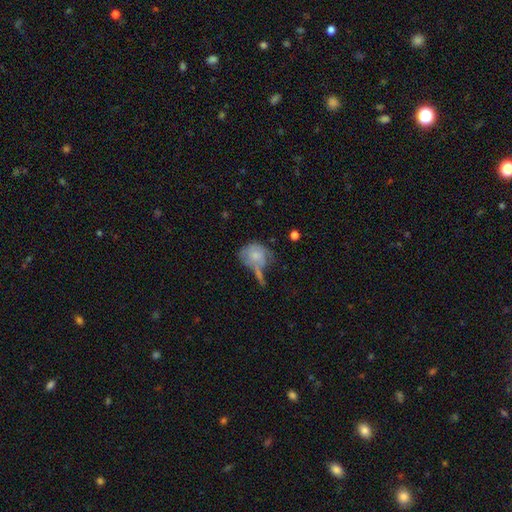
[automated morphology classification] Smooth or featured?
  - smooth: 68% *
  - featured or disk: 24%
  - star or artifact: 8%
How rounded?
  - round: 64% *
  - in between: 35%
  - cigar-shaped: 1%
Merging?
  - none: 33% *
  - minor disturbance: 25%
  - merger: 22%
  - major disturbance: 19%